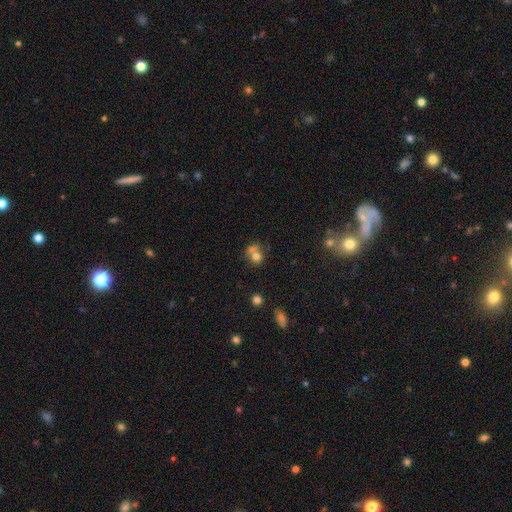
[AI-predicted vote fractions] Smooth or featured? smooth (70%)
How rounded? round (75%)
Merging? merger (45%)